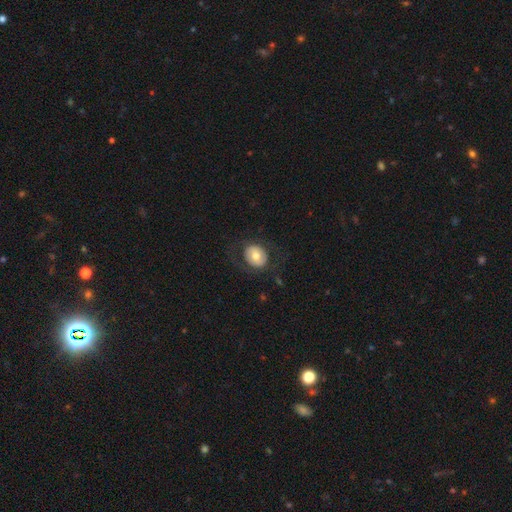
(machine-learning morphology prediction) type=smooth (61%); roundness=round (58%); merging=none (75%).